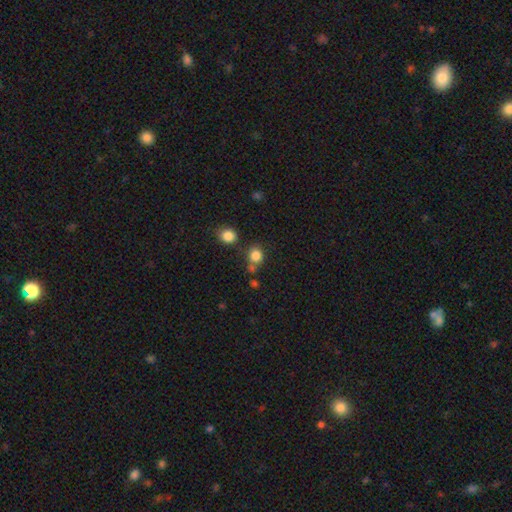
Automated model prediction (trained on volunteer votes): Overall: smooth (82%). How rounded: round (77%). Merging: none (63%).